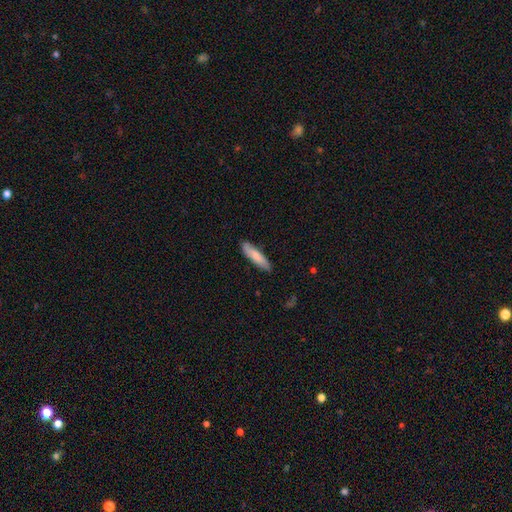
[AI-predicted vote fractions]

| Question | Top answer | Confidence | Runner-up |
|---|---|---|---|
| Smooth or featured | smooth | 80% | featured or disk (15%) |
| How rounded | cigar-shaped | 73% | in between (26%) |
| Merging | none | 83% | minor disturbance (14%) |